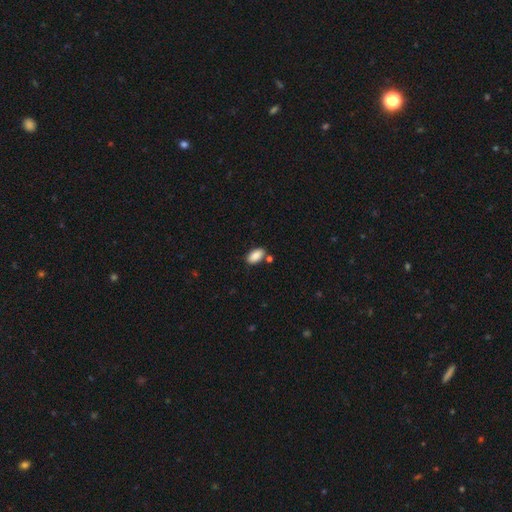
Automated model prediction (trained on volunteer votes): smooth 87%, star or artifact 7%, featured or disk 6%. Down the decision tree: how rounded — in between (93%); merging — none (77%).